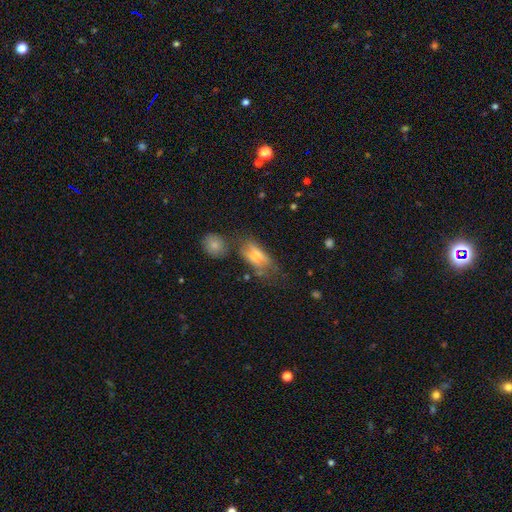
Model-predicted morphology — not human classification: Smooth or featured? Predicted: smooth (p=0.54). How rounded? Predicted: in between (p=0.78). Merging? Predicted: none (p=0.37).